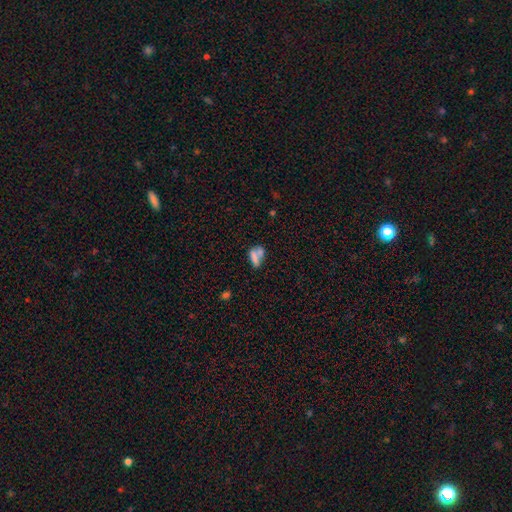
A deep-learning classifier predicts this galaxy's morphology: type=smooth (65%); roundness=in between (71%); merging=merger (42%).